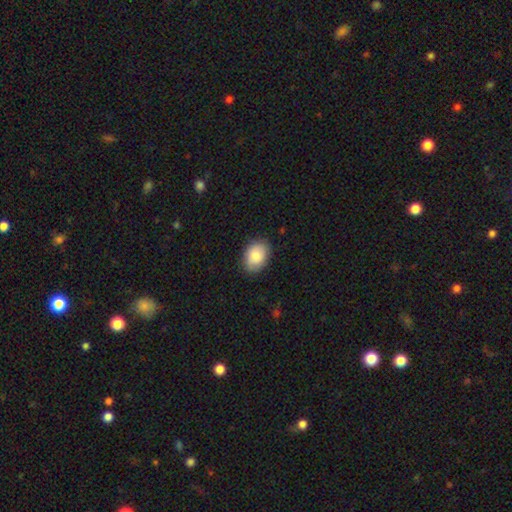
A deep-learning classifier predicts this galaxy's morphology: smooth_or_featured: smooth (p=0.86) [alt: featured or disk p=0.08]
how_rounded: in between (p=0.80) [alt: round p=0.19]
merging: none (p=0.86) [alt: minor disturbance p=0.11]